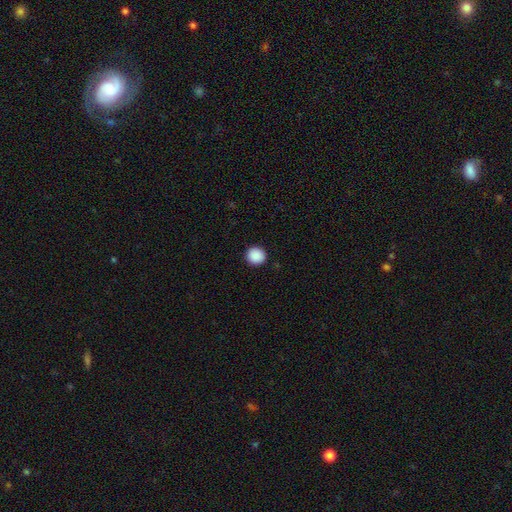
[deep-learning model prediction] Overall: smooth (90%). How rounded: round (91%). Merging: none (92%).